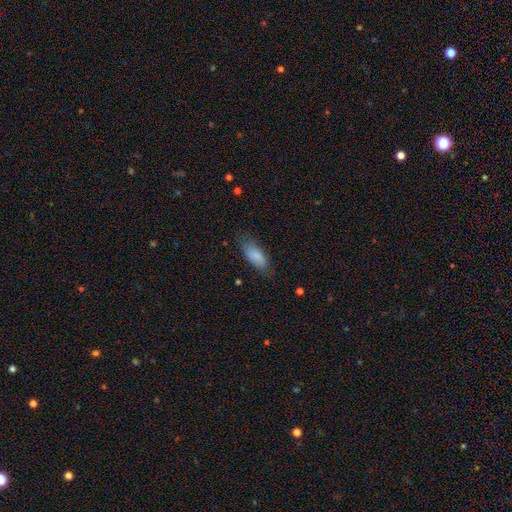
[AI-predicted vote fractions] A smooth galaxy with no disk features (84%) that is in between round and cigar-shaped (81%).

Vote fractions:
- Smooth or featured? smooth: 84% / featured or disk: 10% / star or artifact: 7%
- How rounded? in between: 81% / cigar-shaped: 17% / round: 2%
- Merging? none: 70% / minor disturbance: 22% / major disturbance: 7% / merger: 1%